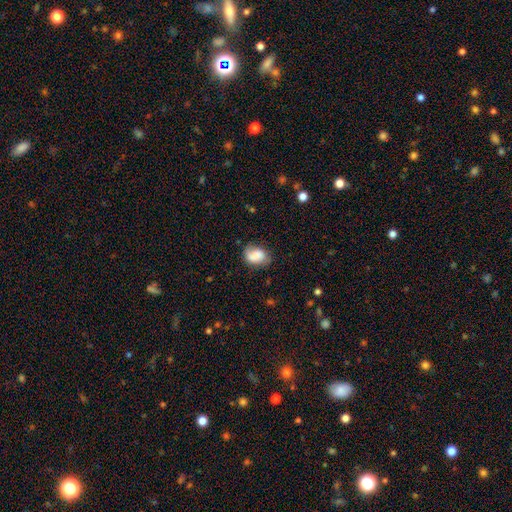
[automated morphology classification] smooth_or_featured: smooth (p=0.77) [alt: featured or disk p=0.15]
how_rounded: in between (p=0.70) [alt: round p=0.28]
merging: none (p=0.60) [alt: minor disturbance p=0.28]